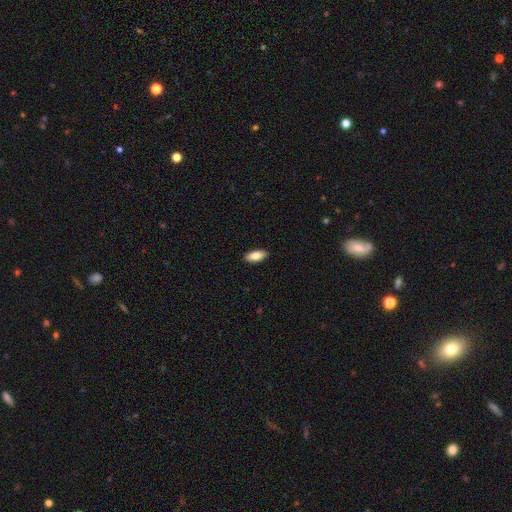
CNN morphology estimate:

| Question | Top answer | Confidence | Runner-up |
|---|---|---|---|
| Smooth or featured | smooth | 83% | featured or disk (11%) |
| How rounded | in between | 87% | cigar-shaped (11%) |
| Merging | none | 90% | minor disturbance (7%) |